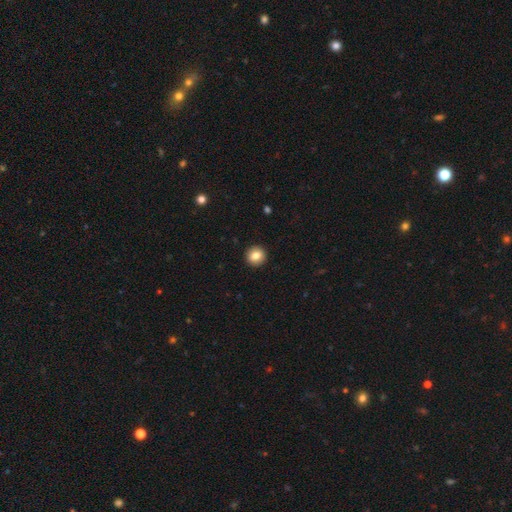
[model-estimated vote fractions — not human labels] This appears to be a smooth galaxy with no disk features (83%) that is round (90%). Merging: none (93%).